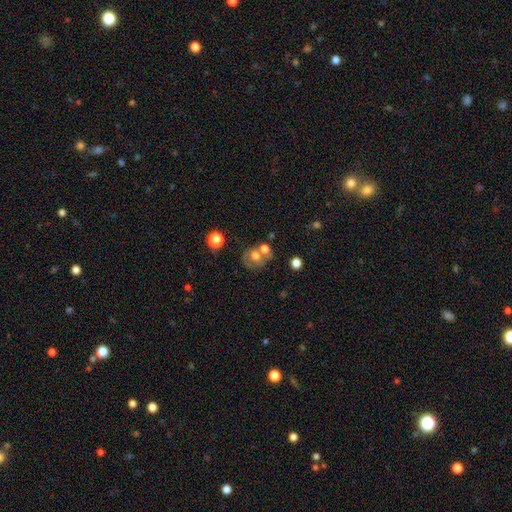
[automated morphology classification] Smooth or featured?
  - smooth: 60% *
  - featured or disk: 27%
  - star or artifact: 12%
How rounded?
  - round: 74% *
  - in between: 25%
  - cigar-shaped: 1%
Merging?
  - none: 45% *
  - merger: 36%
  - minor disturbance: 13%
  - major disturbance: 6%